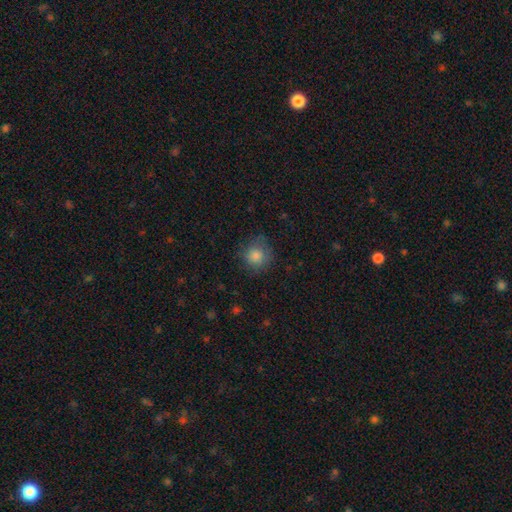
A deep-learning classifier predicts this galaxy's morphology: The model was most divided on "merging": none: 78%, minor disturbance: 16%, major disturbance: 5%, merger: 1%. More confident: how rounded — round (90%); smooth or featured — smooth (83%).